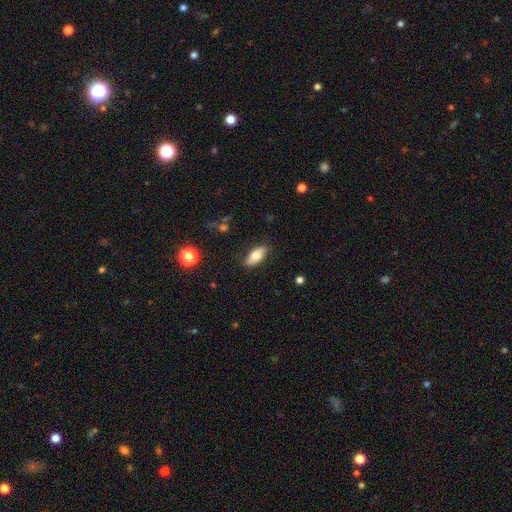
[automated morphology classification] type=smooth (74%); roundness=in between (88%); merging=none (84%).